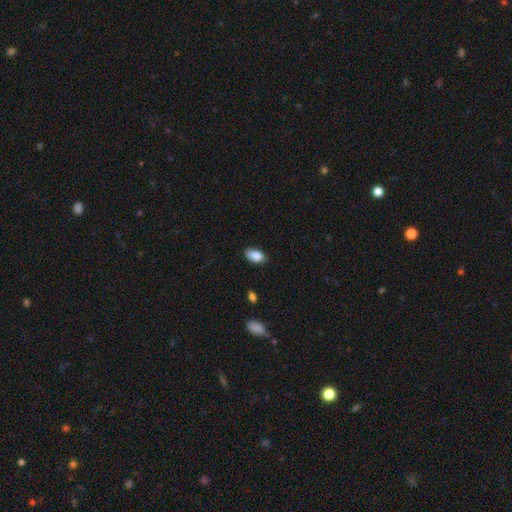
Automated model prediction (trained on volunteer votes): This is clearly a smooth galaxy (88%). How rounded: clearly in between (93%). Merging: clearly none (81%).